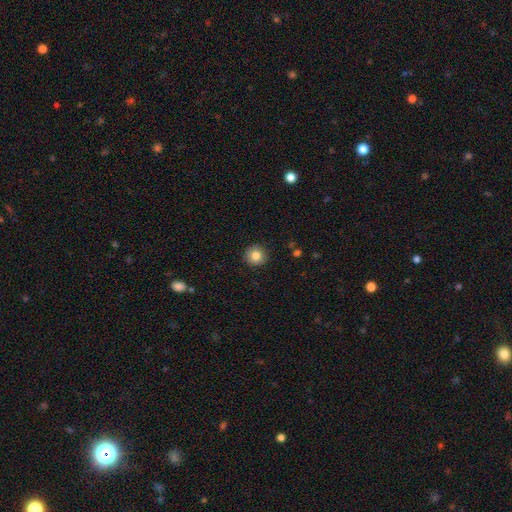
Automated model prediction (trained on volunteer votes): Smooth or featured? smooth (83%)
How rounded? round (92%)
Merging? none (90%)